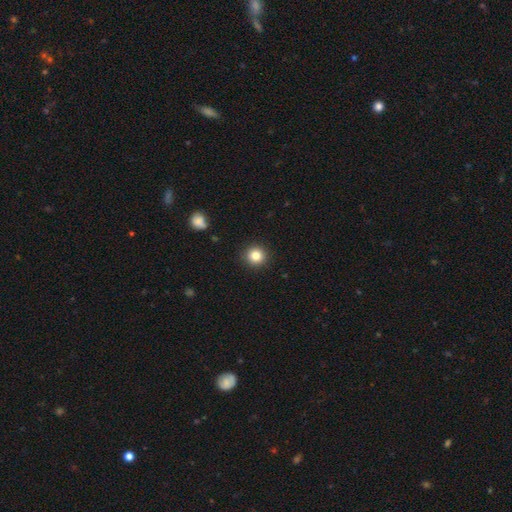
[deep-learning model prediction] The model was most divided on "smooth or featured": smooth: 83%, star or artifact: 11%, featured or disk: 6%. More confident: how rounded — round (93%); merging — none (91%).